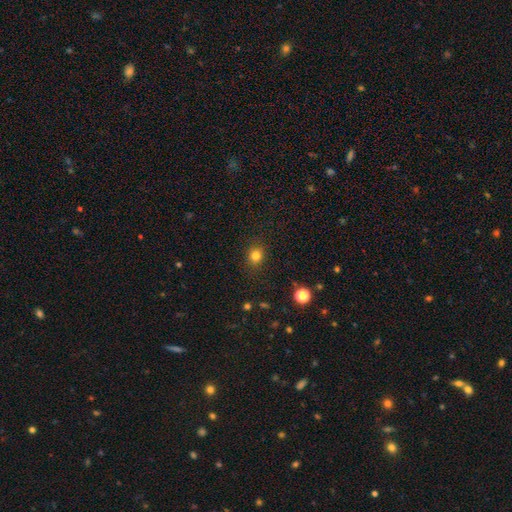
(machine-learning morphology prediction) A smooth galaxy with no disk features (82%) that is round (76%). Merging: none (87%).